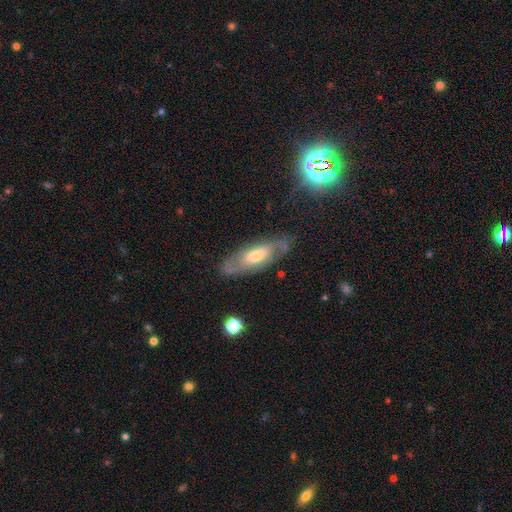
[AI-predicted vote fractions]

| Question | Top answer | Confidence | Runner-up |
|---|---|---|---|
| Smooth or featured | featured or disk | 68% | smooth (26%) |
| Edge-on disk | no | 81% | yes (19%) |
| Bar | no | 54% | weak (35%) |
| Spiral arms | yes | 79% | no (21%) |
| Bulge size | moderate | 61% | small (20%) |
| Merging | none | 75% | minor disturbance (17%) |